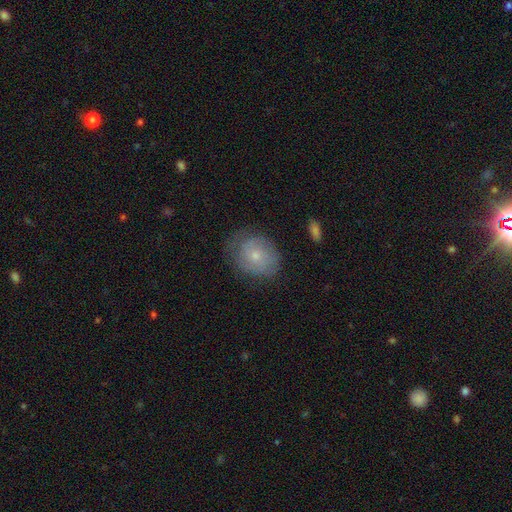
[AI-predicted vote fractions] Smooth or featured?
  - smooth: 54% *
  - featured or disk: 38%
  - star or artifact: 8%
How rounded?
  - round: 57% *
  - in between: 42%
  - cigar-shaped: 1%
Merging?
  - none: 64% *
  - minor disturbance: 25%
  - major disturbance: 10%
  - merger: 1%